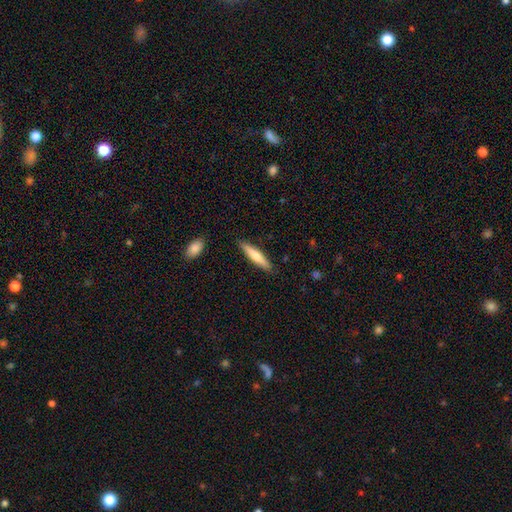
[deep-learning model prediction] smooth-or-featured: smooth: 66% | featured or disk: 29% | star or artifact: 5%
  how-rounded: cigar-shaped: 87% | in between: 12% | round: 1%
  merging: none: 89% | minor disturbance: 8% | major disturbance: 2% | merger: 2%